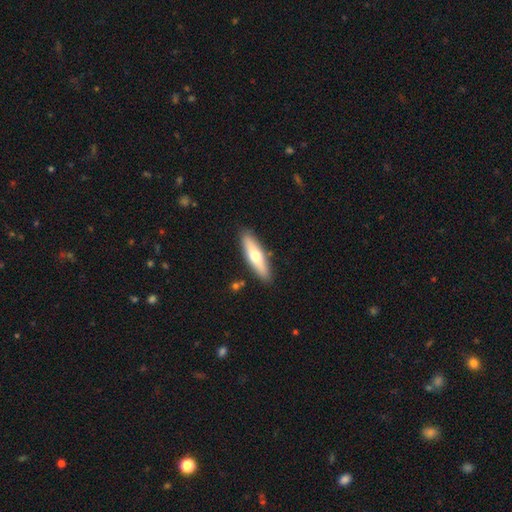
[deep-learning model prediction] A smooth galaxy with no disk features (55%) that is cigar-shaped (67%). Merging: none (87%).